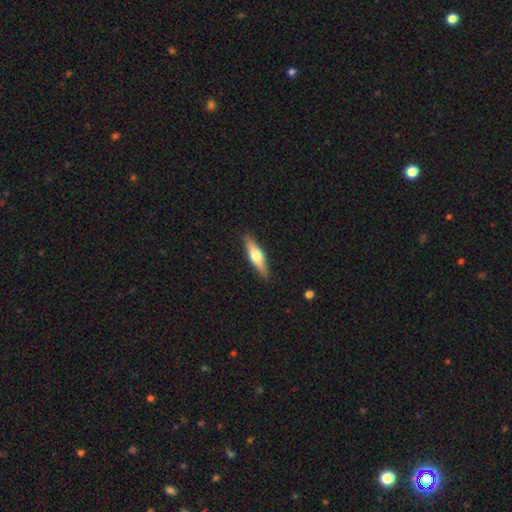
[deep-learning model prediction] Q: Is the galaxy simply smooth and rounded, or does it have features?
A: smooth — 53%.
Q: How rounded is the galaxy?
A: cigar-shaped — 65%.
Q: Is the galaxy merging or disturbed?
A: none — 88%.